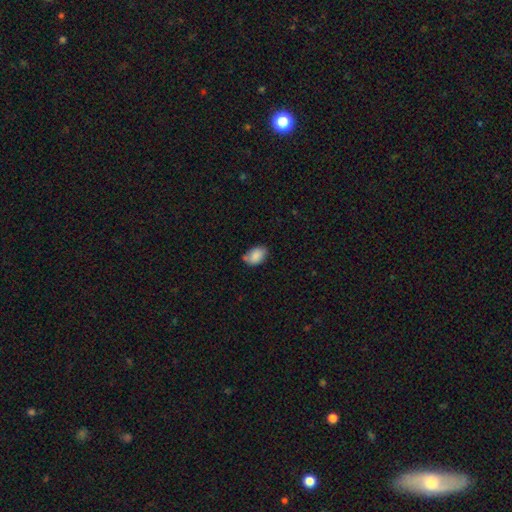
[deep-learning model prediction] smooth-or-featured: smooth: 86% | star or artifact: 8% | featured or disk: 7%
  how-rounded: in between: 87% | round: 12% | cigar-shaped: 1%
  merging: none: 62% | minor disturbance: 28% | major disturbance: 5% | merger: 5%